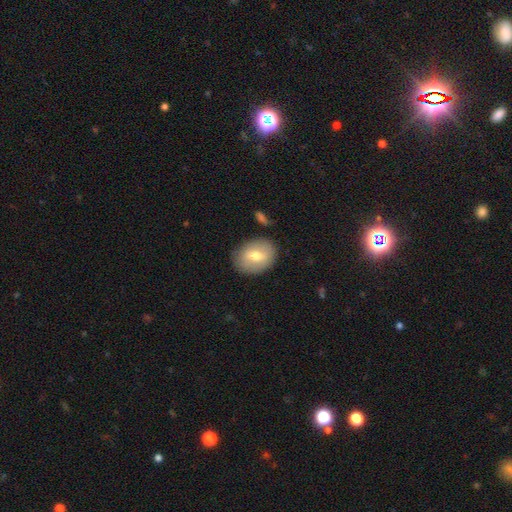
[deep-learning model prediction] A smooth galaxy with no disk features (61%) that is in between round and cigar-shaped (64%). Merging: none (83%).